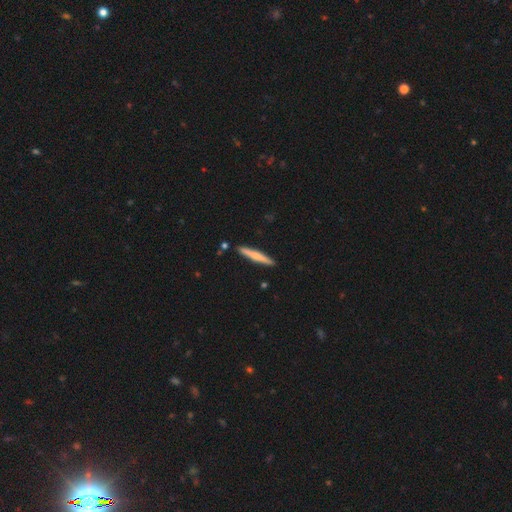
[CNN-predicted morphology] A smooth galaxy with no disk features (58%) that is cigar-shaped (95%).

Vote fractions:
- Smooth or featured? smooth: 58% / featured or disk: 37% / star or artifact: 5%
- How rounded? cigar-shaped: 95% / in between: 4% / round: 1%
- Merging? none: 89% / minor disturbance: 7% / merger: 2% / major disturbance: 1%